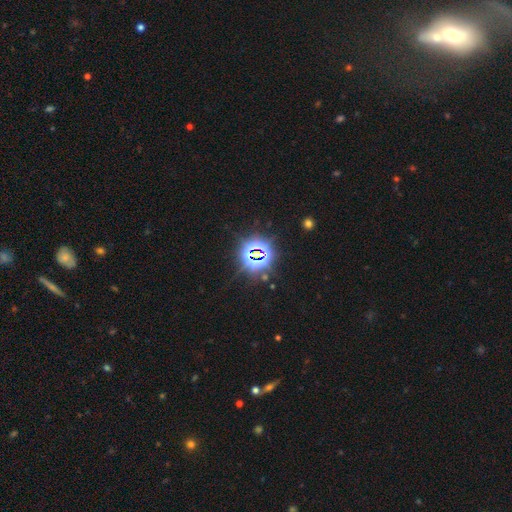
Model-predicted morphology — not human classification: A star or artifact, not a galaxy (81%).

Vote fractions:
- Smooth or featured? star or artifact: 81% / smooth: 11% / featured or disk: 8%